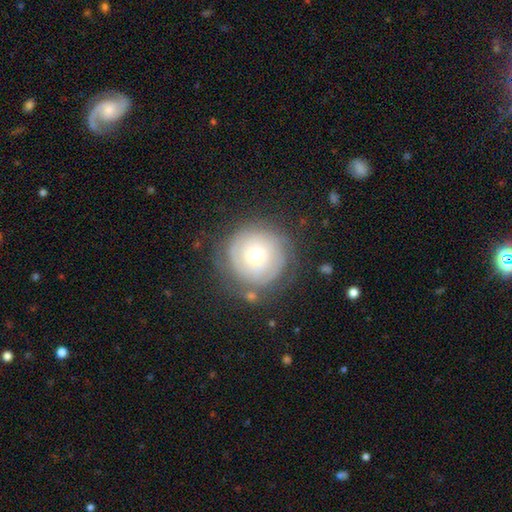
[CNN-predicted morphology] type=featured or disk (57%); edge-on=no (97%); bar=no (85%); spiral arms=yes (77%); bulge=moderate (55%); merging=none (76%).